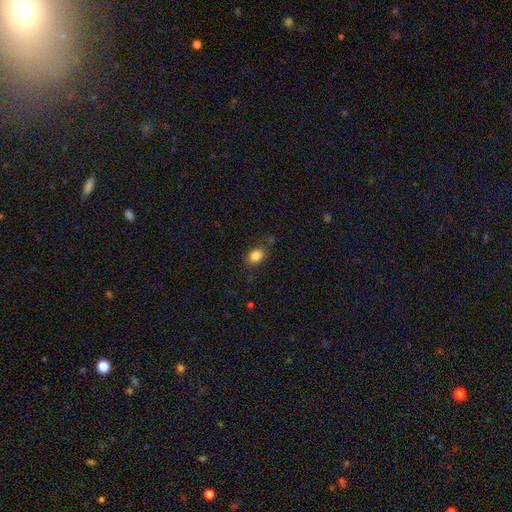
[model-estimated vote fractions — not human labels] Q: Smooth or featured?
A: smooth (84%); runner-up: star or artifact (10%)
Q: How rounded?
A: in between (69%); runner-up: round (29%)
Q: Merging?
A: none (75%); runner-up: minor disturbance (17%)